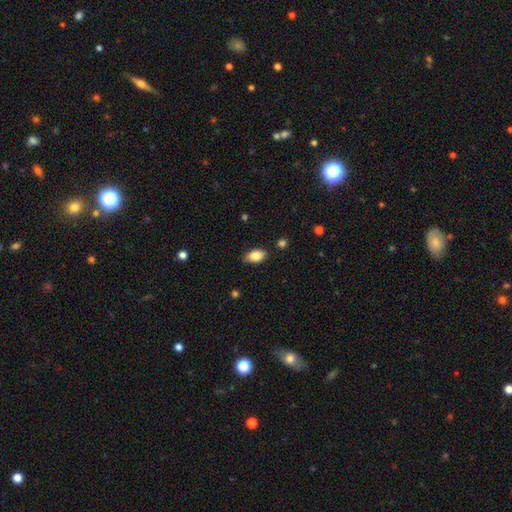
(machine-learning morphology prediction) smooth 83%, featured or disk 9%, star or artifact 8%. Down the decision tree: how rounded — in between (91%); merging — none (83%).